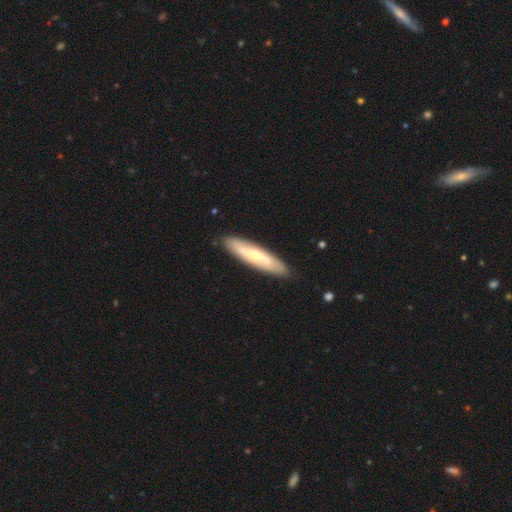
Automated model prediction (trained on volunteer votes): smooth-or-featured: smooth: 48% | featured or disk: 47% | star or artifact: 5%
  merging: none: 89% | minor disturbance: 8% | major disturbance: 2% | merger: 1%